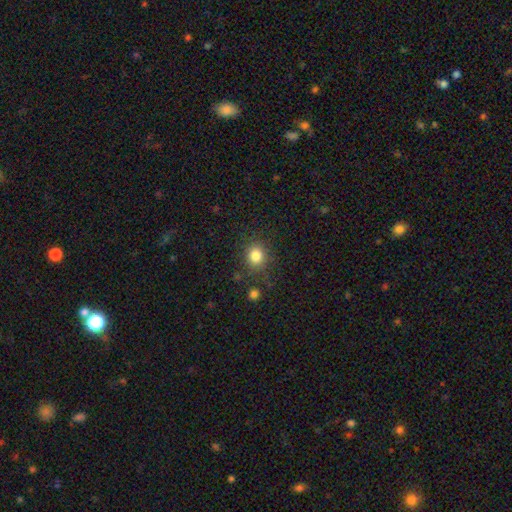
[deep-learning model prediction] The model was most divided on "how rounded": round: 78%, in between: 21%, cigar-shaped: 1%. More confident: smooth or featured — smooth (82%); merging — none (81%).